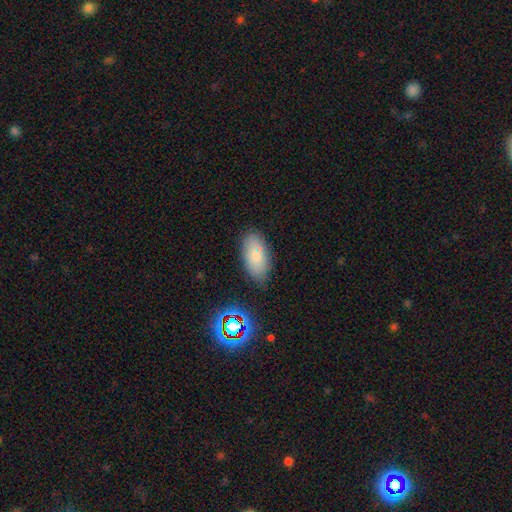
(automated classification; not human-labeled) smooth 79%, featured or disk 11%, star or artifact 10%. Down the decision tree: how rounded — in between (93%); merging — none (81%).